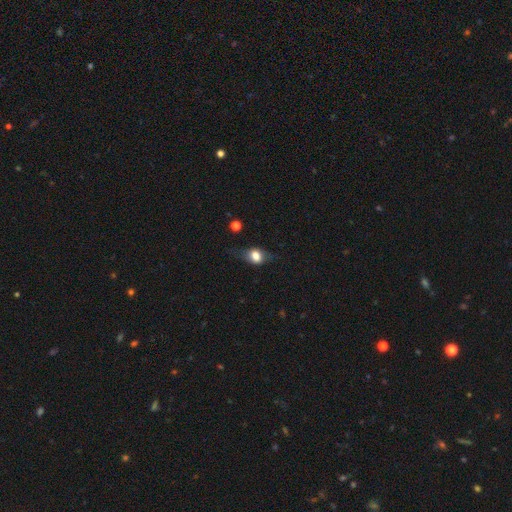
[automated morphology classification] Smooth or featured: smooth — 59% (featured or disk — 31%)
How rounded: in between — 61% (round — 34%)
Merging: none — 65% (minor disturbance — 22%)